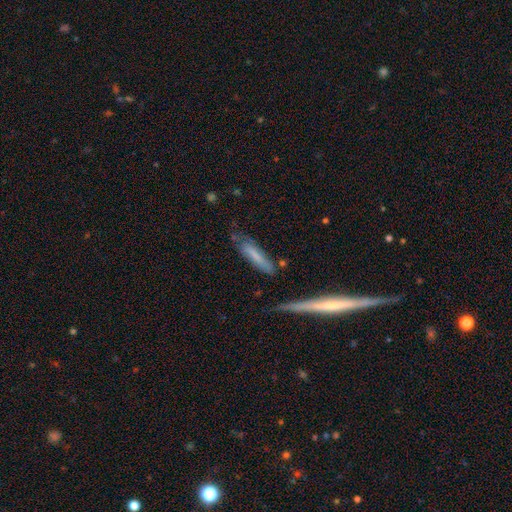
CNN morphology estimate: Smooth or featured? Predicted: smooth (p=0.64). How rounded? Predicted: cigar-shaped (p=0.83). Merging? Predicted: none (p=0.60).